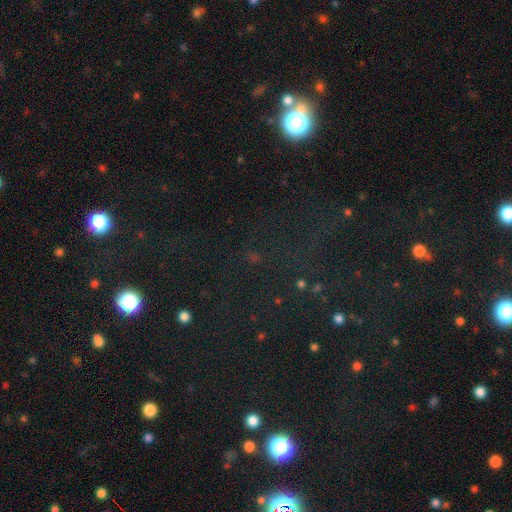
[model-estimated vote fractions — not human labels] Smooth or featured? Predicted: star or artifact (p=0.68).